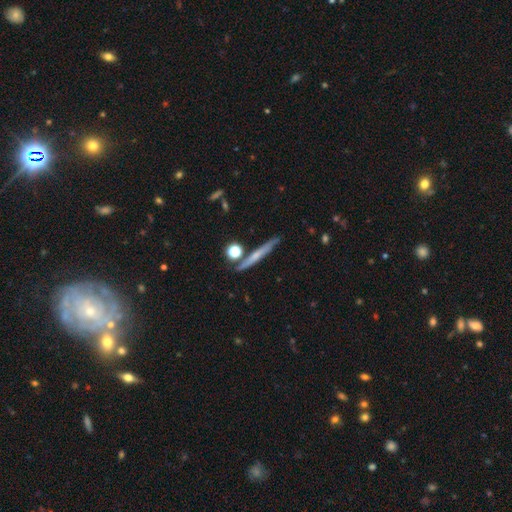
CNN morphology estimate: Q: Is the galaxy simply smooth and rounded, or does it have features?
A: smooth — 49%.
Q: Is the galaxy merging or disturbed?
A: none — 82%.